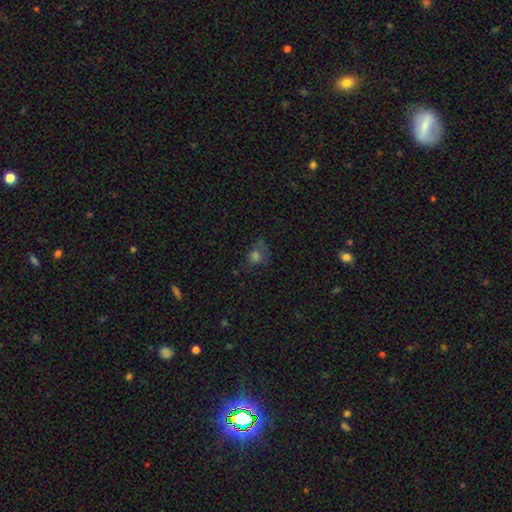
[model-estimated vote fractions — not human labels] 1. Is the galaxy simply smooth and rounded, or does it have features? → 61% smooth, 23% star or artifact, 16% featured or disk.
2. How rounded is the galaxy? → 56% round, 43% in between, 2% cigar-shaped.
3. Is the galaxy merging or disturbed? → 49% none, 26% minor disturbance, 21% major disturbance, 4% merger.